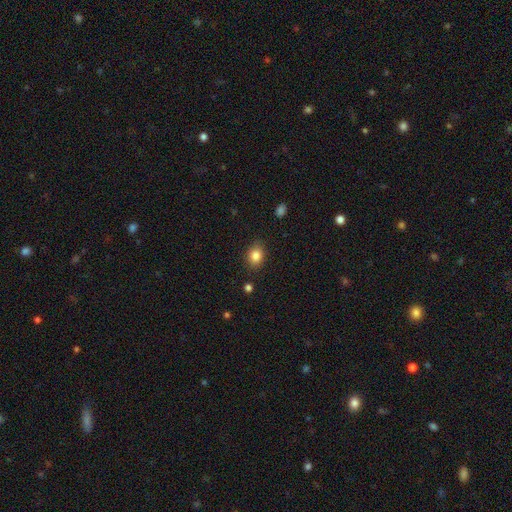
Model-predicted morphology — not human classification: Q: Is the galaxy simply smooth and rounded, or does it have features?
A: smooth — 84%.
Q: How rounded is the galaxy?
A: in between — 61%.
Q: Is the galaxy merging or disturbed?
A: none — 85%.